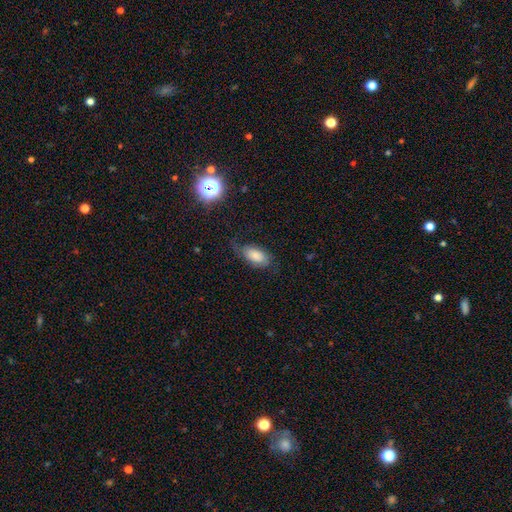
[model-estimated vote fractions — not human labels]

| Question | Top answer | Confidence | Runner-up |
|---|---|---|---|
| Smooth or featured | smooth | 64% | featured or disk (27%) |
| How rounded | in between | 92% | cigar-shaped (4%) |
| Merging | none | 60% | minor disturbance (25%) |